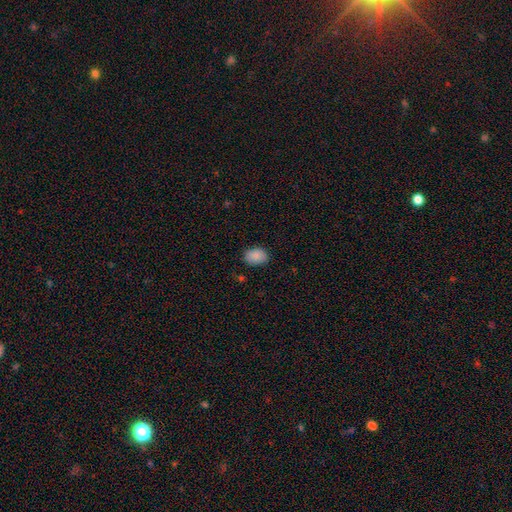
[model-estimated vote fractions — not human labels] Smooth or featured: smooth — 89% (star or artifact — 8%)
How rounded: in between — 72% (round — 27%)
Merging: none — 83% (minor disturbance — 13%)